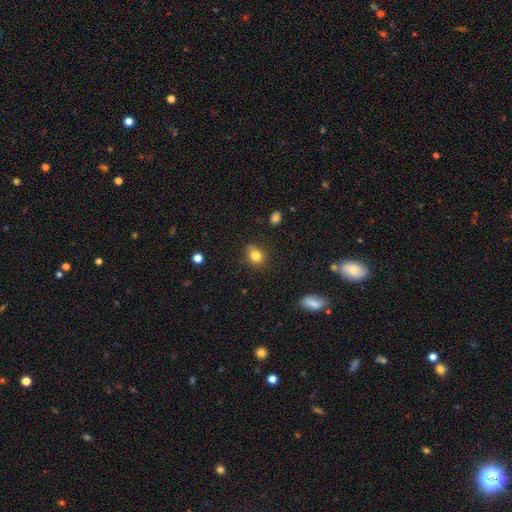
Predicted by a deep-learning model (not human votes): smooth 81%, star or artifact 11%, featured or disk 8%. Down the decision tree: how rounded — round (61%); merging — none (76%).